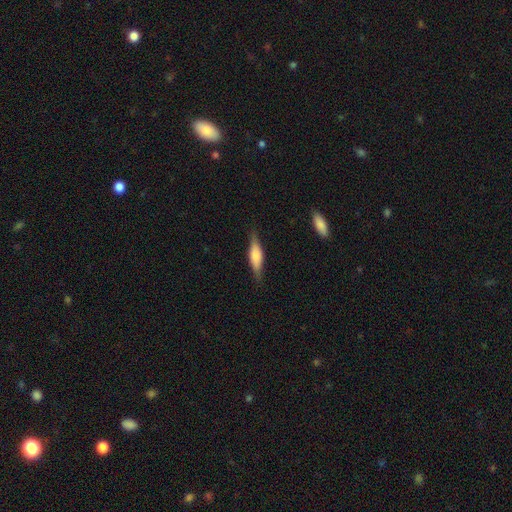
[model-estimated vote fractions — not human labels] Smooth or featured? smooth (51%)
How rounded? cigar-shaped (59%)
Merging? none (83%)